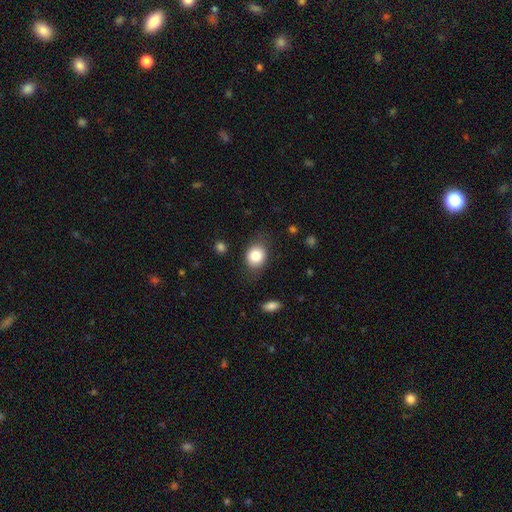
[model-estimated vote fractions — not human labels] Smooth or featured: smooth — 82% (featured or disk — 9%)
How rounded: round — 50% (in between — 49%)
Merging: none — 76% (minor disturbance — 17%)